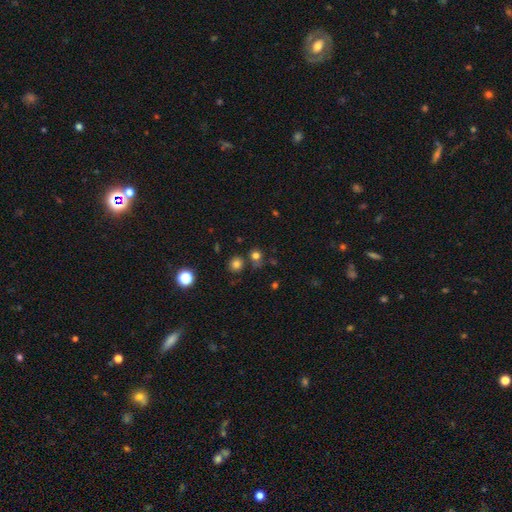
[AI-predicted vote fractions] smooth 73%, star or artifact 20%, featured or disk 7%. Down the decision tree: how rounded — round (86%); merging — none (70%).